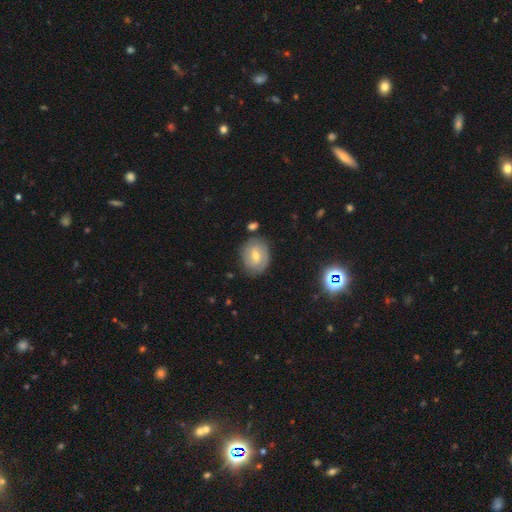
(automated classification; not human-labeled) Morphology: type=featured or disk (48%); merging=none (76%).